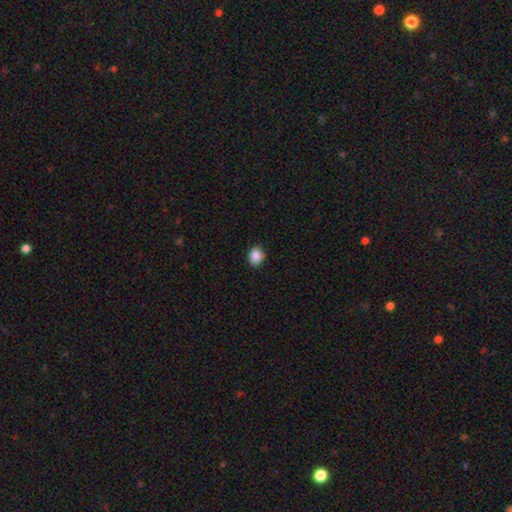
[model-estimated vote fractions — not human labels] The model was most divided on "how rounded": in between: 52%, round: 47%, cigar-shaped: 1%. More confident: smooth or featured — smooth (88%); merging — none (86%).